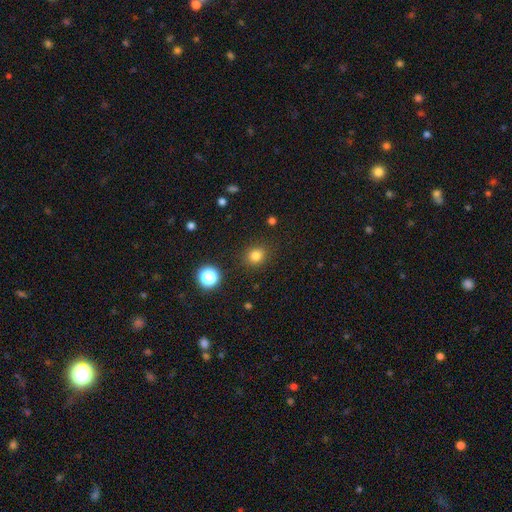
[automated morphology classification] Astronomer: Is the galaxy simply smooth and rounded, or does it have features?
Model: smooth — 81%.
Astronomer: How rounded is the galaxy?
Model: round — 77%.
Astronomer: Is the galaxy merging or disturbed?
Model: none — 87%.